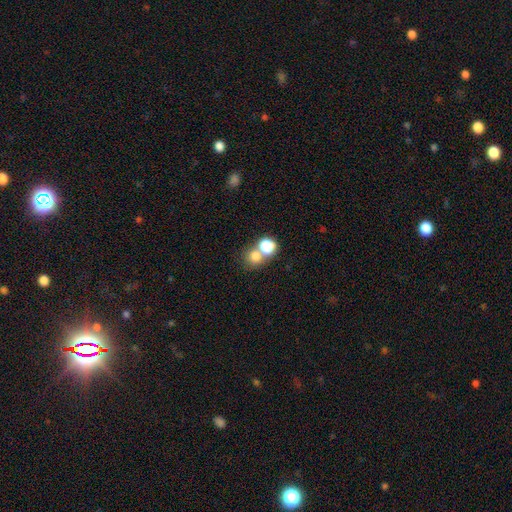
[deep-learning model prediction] The model was most divided on "merging": merger: 49%, none: 41%, minor disturbance: 6%, major disturbance: 4%. More confident: how rounded — round (78%); smooth or featured — smooth (75%).